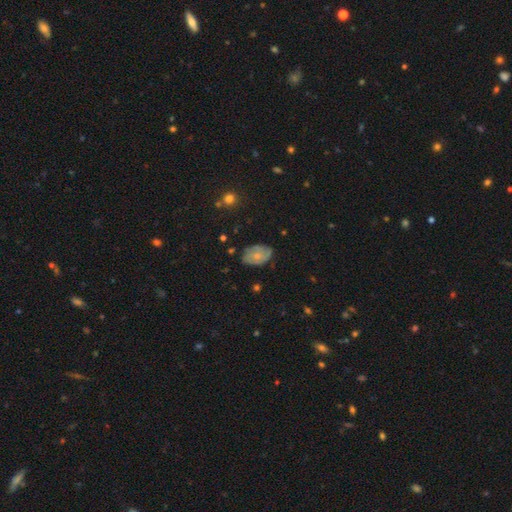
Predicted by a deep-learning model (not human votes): Q: Smooth or featured?
A: smooth (48%); runner-up: featured or disk (44%)
Q: Merging?
A: none (68%); runner-up: minor disturbance (25%)